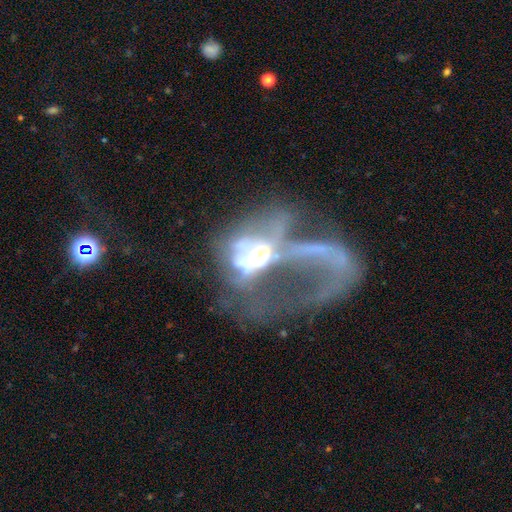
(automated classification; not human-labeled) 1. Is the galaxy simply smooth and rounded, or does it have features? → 65% featured or disk, 21% smooth, 14% star or artifact.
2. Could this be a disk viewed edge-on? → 91% no, 9% yes.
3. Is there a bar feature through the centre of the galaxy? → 69% no, 18% weak, 13% strong.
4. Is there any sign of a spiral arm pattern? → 71% no, 29% yes.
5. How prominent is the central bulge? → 53% moderate, 19% small, 17% large, 6% none, 5% dominant.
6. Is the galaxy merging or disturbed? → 48% major disturbance, 40% merger, 8% none, 5% minor disturbance.